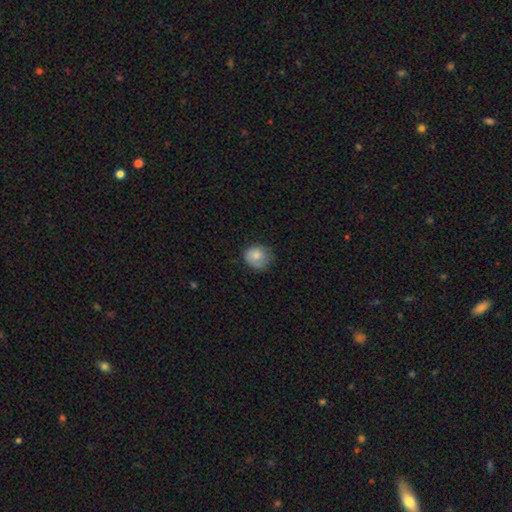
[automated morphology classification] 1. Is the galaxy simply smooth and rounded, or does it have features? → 78% smooth, 15% featured or disk, 8% star or artifact.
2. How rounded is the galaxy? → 79% round, 20% in between, 1% cigar-shaped.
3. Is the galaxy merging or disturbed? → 64% none, 27% minor disturbance, 8% major disturbance, 1% merger.